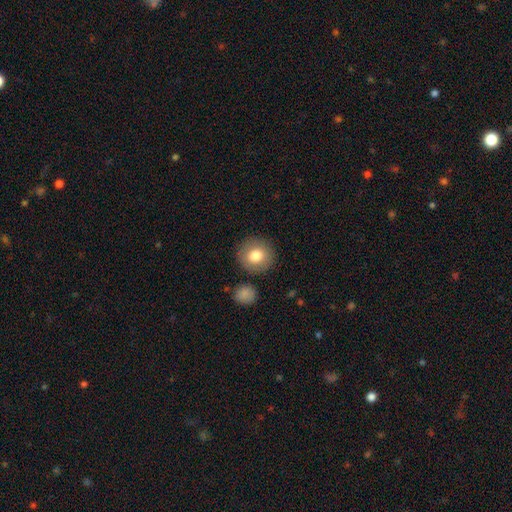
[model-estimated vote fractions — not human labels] Smooth or featured: smooth — 79% (featured or disk — 12%)
How rounded: round — 89% (in between — 10%)
Merging: none — 86% (minor disturbance — 8%)